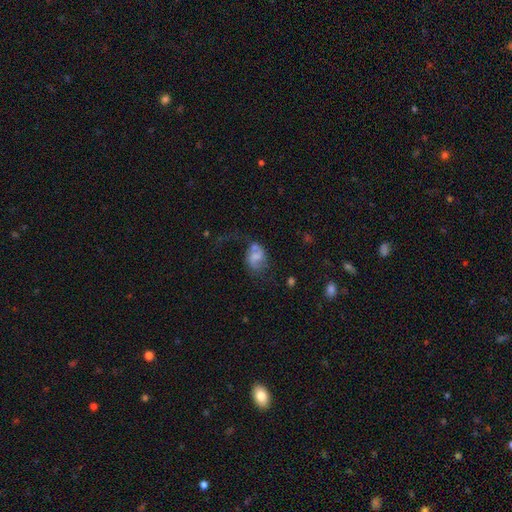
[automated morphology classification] Smooth or featured? featured or disk (46%)
Merging? none (31%)